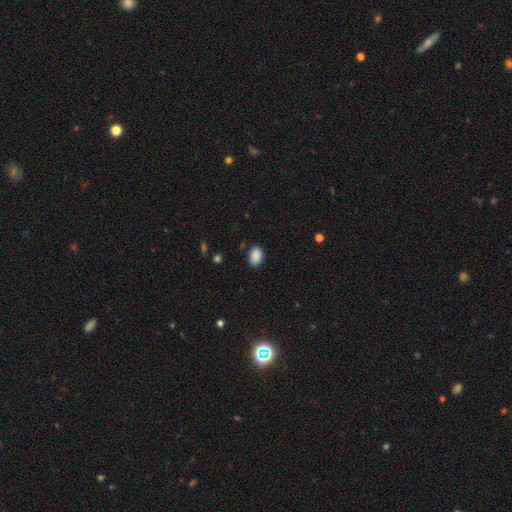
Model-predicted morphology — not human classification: smooth_or_featured: smooth (p=0.89) [alt: star or artifact p=0.08]
how_rounded: in between (p=0.87) [alt: round p=0.12]
merging: none (p=0.86) [alt: minor disturbance p=0.10]